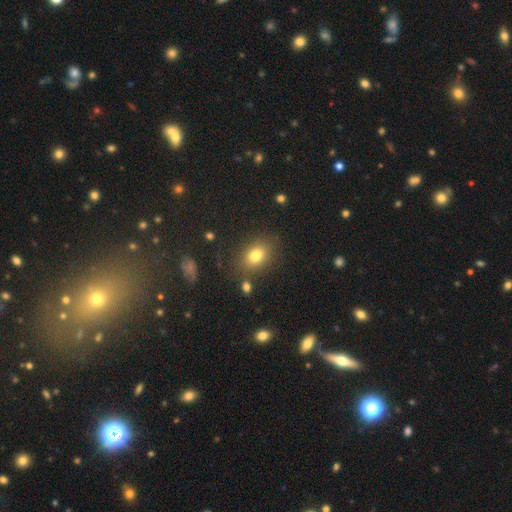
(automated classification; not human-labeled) The model was most divided on "how rounded": in between: 65%, round: 34%, cigar-shaped: 1%. More confident: merging — none (80%); smooth or featured — smooth (79%).